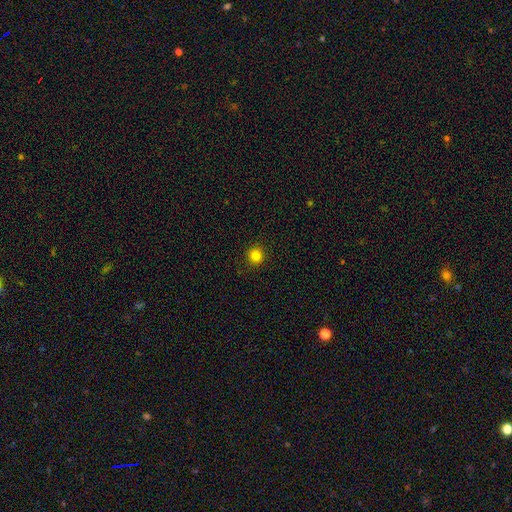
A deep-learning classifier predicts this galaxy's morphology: The model was most divided on "smooth or featured": smooth: 83%, star or artifact: 13%, featured or disk: 4%. More confident: how rounded — round (94%); merging — none (92%).